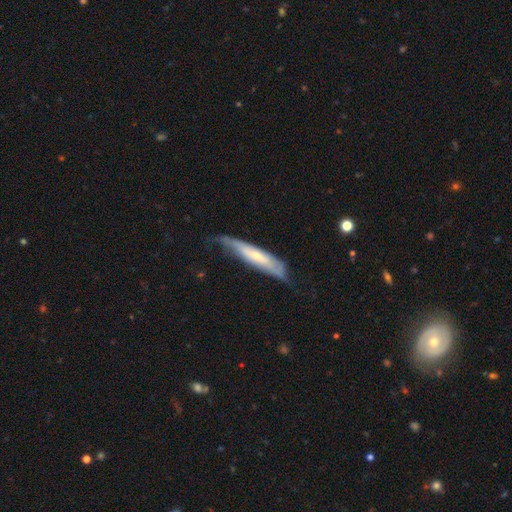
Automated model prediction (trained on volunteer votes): A featured or disk galaxy (50%) viewed edge-on (56%).

Vote fractions:
- Smooth or featured? featured or disk: 50% / smooth: 44% / star or artifact: 6%
- Edge-on disk? yes: 56% / no: 44%
- Merging? none: 49% / minor disturbance: 34% / major disturbance: 15% / merger: 2%